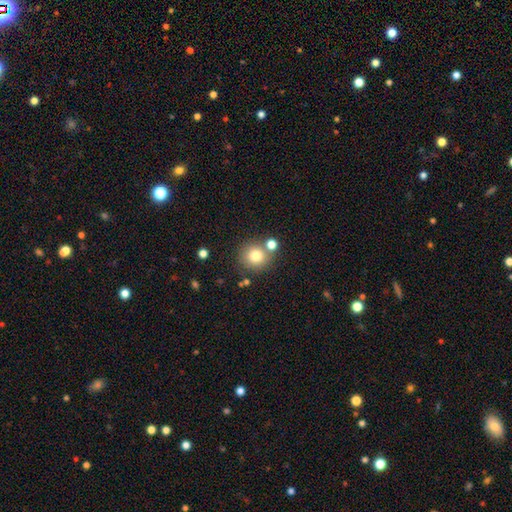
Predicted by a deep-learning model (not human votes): This appears to be a smooth galaxy with no disk features (78%) that is round (92%). Merging: none (72%).